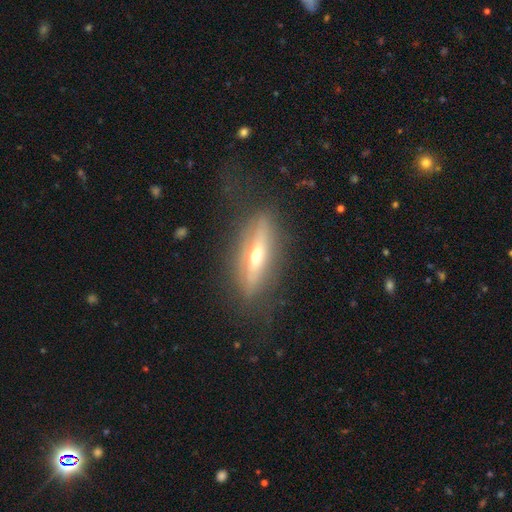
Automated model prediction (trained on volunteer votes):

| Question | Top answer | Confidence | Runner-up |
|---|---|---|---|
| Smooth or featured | featured or disk | 59% | smooth (34%) |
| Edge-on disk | yes | 75% | no (25%) |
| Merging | none | 74% | minor disturbance (16%) |